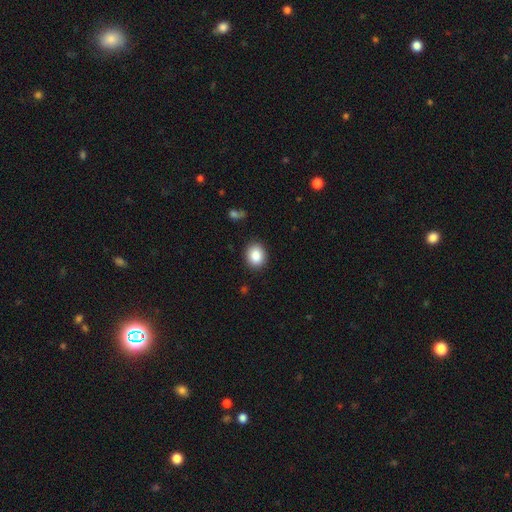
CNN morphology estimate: The model was most divided on "how rounded": round: 59%, in between: 40%, cigar-shaped: 1%. More confident: merging — none (88%); smooth or featured — smooth (86%).